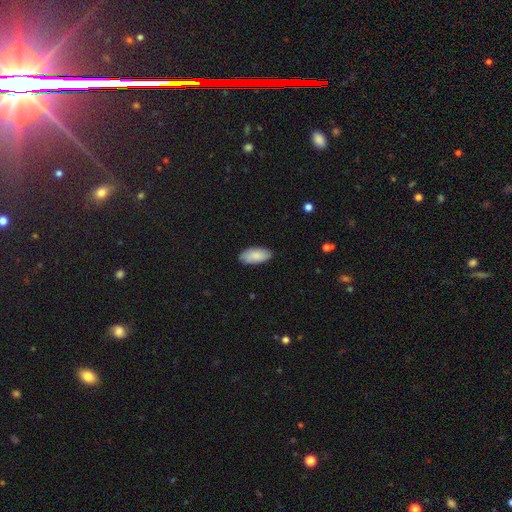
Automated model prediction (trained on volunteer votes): A smooth galaxy with no disk features (83%) that is in between round and cigar-shaped (92%). Merging: none (84%).